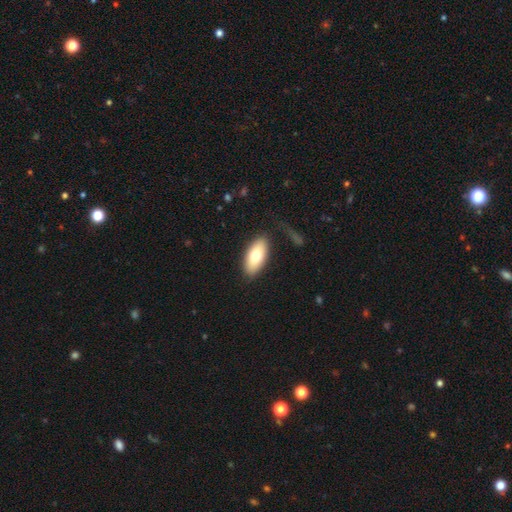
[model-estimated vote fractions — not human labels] This is likely a smooth galaxy (74%). How rounded: clearly in between (88%). Merging: likely none (80%).